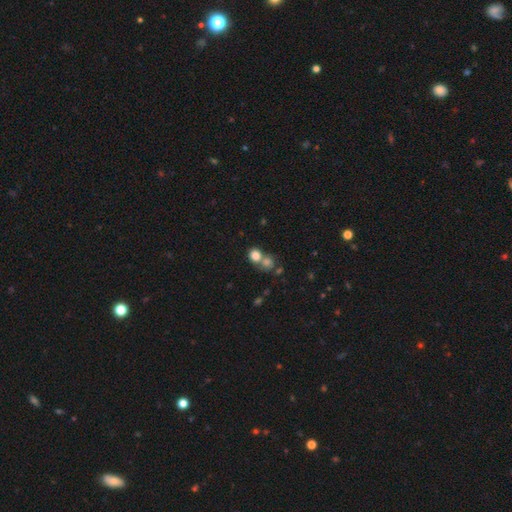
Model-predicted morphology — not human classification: This is likely a smooth galaxy (78%). How rounded: likely round (76%). Merging: possibly merger (47%).